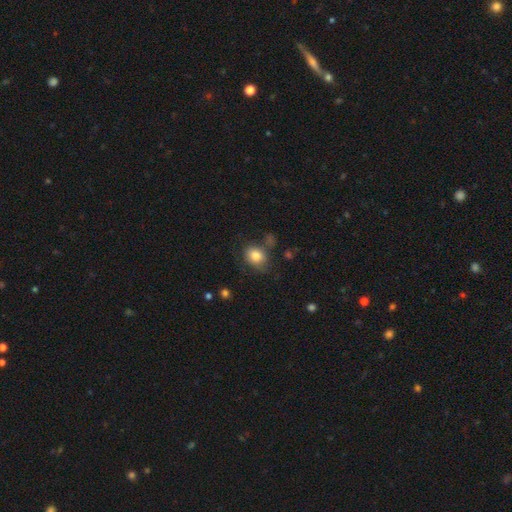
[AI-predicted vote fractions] Morphology: type=smooth (82%); roundness=round (50%); merging=none (64%).